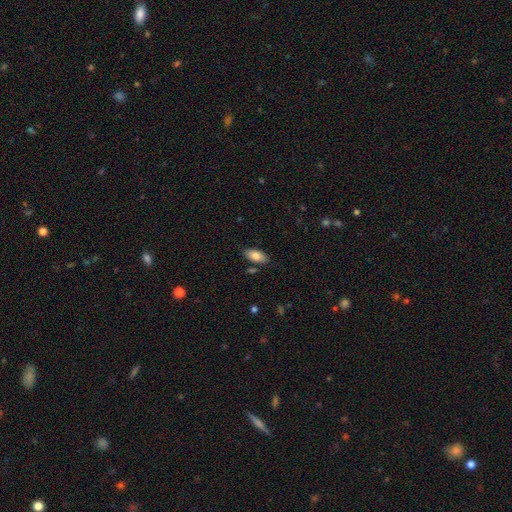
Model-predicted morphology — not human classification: The model was most divided on "smooth or featured": smooth: 82%, featured or disk: 11%, star or artifact: 7%. More confident: how rounded — in between (92%); merging — none (83%).